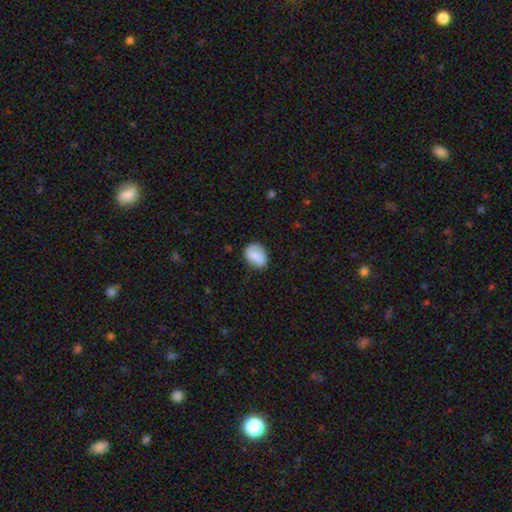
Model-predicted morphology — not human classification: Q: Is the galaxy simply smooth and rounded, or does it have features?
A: smooth — 78%.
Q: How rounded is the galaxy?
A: in between — 69%.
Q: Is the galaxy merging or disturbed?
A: none — 68%.